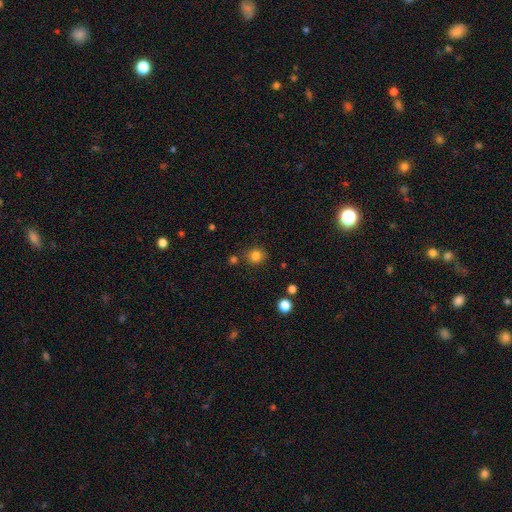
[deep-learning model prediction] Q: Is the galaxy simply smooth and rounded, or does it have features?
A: smooth — 82%.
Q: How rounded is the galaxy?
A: round — 87%.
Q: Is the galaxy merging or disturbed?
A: none — 81%.